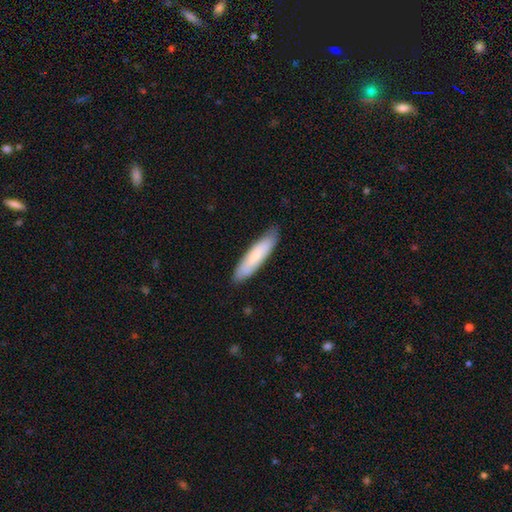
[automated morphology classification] Smooth or featured?
  - smooth: 74% *
  - featured or disk: 21%
  - star or artifact: 5%
How rounded?
  - cigar-shaped: 75% *
  - in between: 24%
  - round: 1%
Merging?
  - none: 84% *
  - minor disturbance: 13%
  - major disturbance: 2%
  - merger: 1%